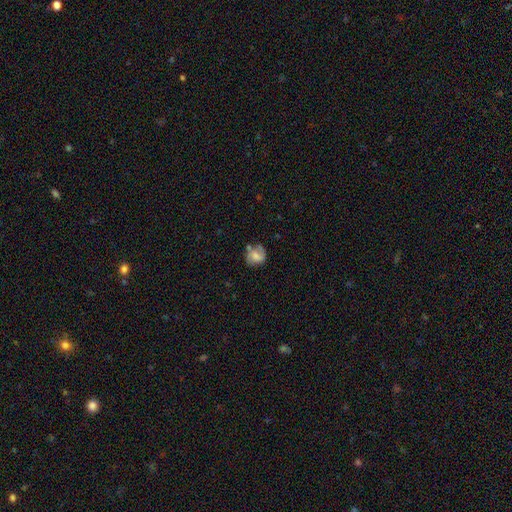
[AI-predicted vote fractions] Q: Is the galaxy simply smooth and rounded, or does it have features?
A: smooth — 46%.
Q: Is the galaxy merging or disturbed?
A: none — 55%.